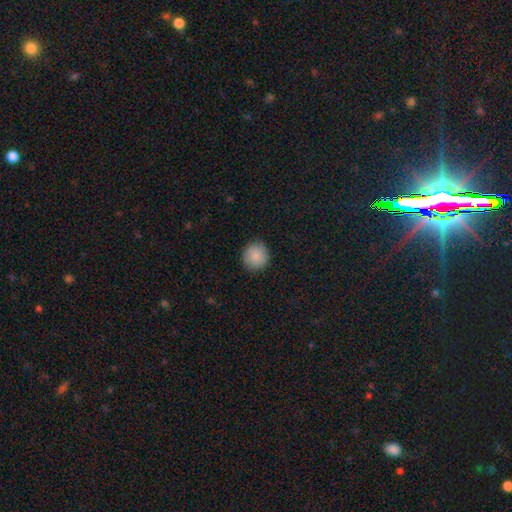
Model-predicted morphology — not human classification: Smooth or featured? Predicted: smooth (p=0.87). How rounded? Predicted: round (p=0.91). Merging? Predicted: none (p=0.89).